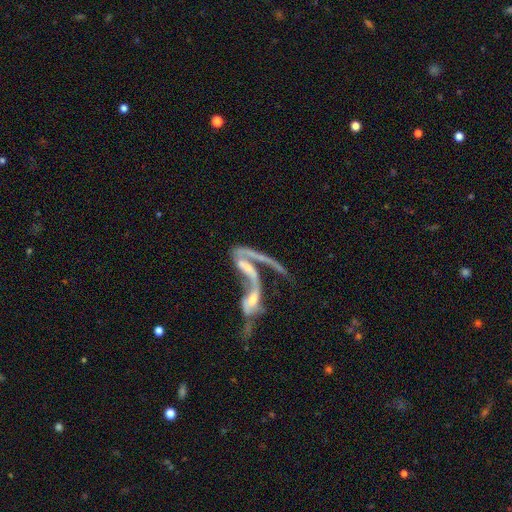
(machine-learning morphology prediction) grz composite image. It shows a featured or disk galaxy (75%) with no bar (55%), spiral arms (70%) and a small central bulge (41%). Merging: merger (67%).